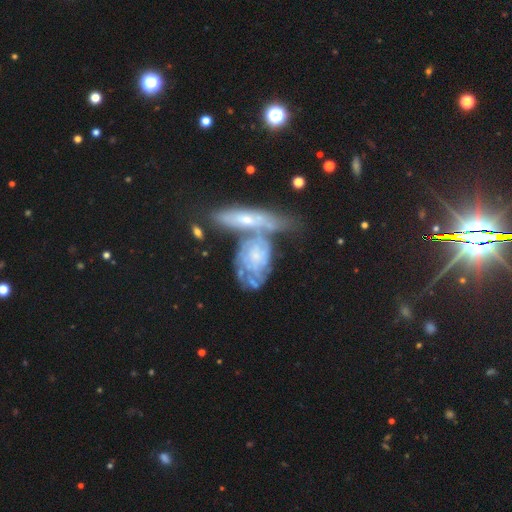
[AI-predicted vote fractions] This appears to be a featured or disk galaxy (74%) with no bar (80%), spiral arms (73%) and a small central bulge (65%). Merging: merger (48%).